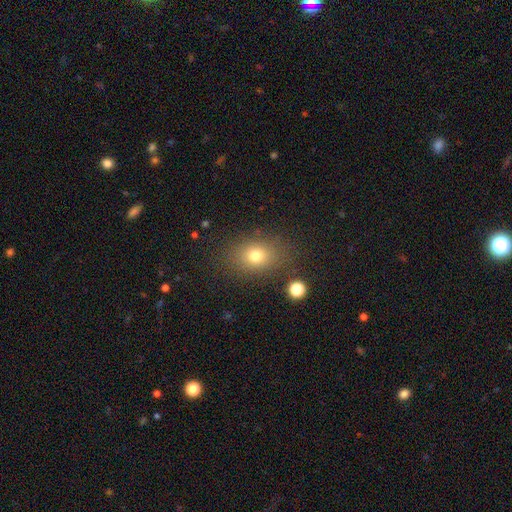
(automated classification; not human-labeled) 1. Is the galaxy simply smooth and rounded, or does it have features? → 74% smooth, 14% star or artifact, 11% featured or disk.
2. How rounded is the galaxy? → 59% in between, 40% round, 1% cigar-shaped.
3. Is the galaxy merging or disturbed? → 81% none, 11% minor disturbance, 5% major disturbance, 3% merger.